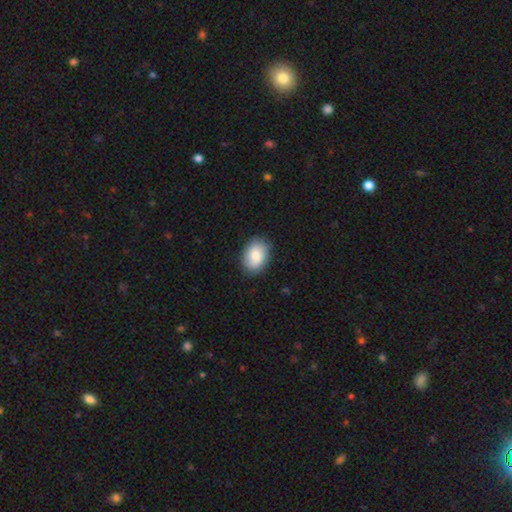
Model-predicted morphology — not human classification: Smooth or featured?
  - smooth: 83% *
  - featured or disk: 10%
  - star or artifact: 6%
How rounded?
  - in between: 80% *
  - round: 19%
  - cigar-shaped: 1%
Merging?
  - none: 84% *
  - minor disturbance: 12%
  - major disturbance: 3%
  - merger: 1%